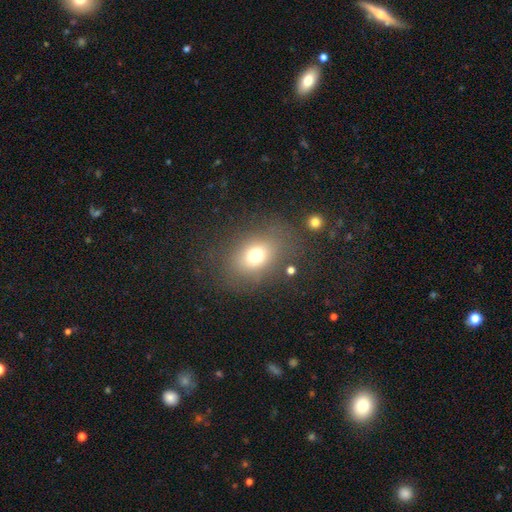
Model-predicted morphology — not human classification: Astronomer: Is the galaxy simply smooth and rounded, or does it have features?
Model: smooth — 70%.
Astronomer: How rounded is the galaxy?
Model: in between — 58% (runner-up: round, 40%).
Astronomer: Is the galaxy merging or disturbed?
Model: none — 73%.